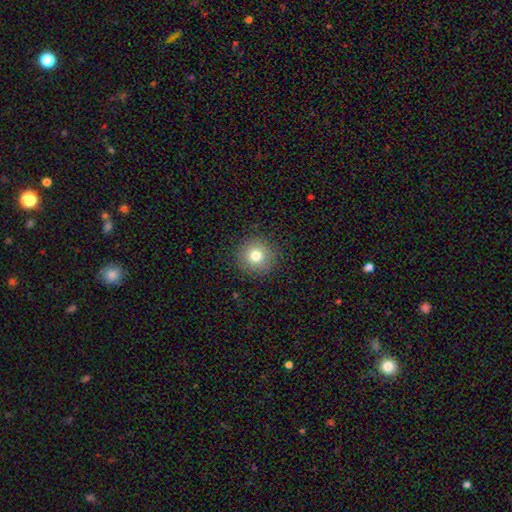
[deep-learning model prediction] smooth-or-featured: smooth: 78% | star or artifact: 13% | featured or disk: 10%
  how-rounded: round: 95% | in between: 4% | cigar-shaped: 1%
  merging: none: 90% | minor disturbance: 7% | major disturbance: 3% | merger: 1%